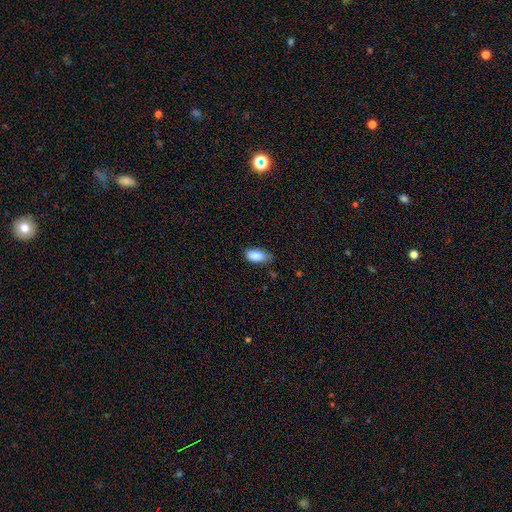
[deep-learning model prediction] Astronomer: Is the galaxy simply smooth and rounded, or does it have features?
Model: smooth — 87%.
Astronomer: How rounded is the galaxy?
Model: in between — 92%.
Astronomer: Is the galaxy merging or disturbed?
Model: none — 65%.